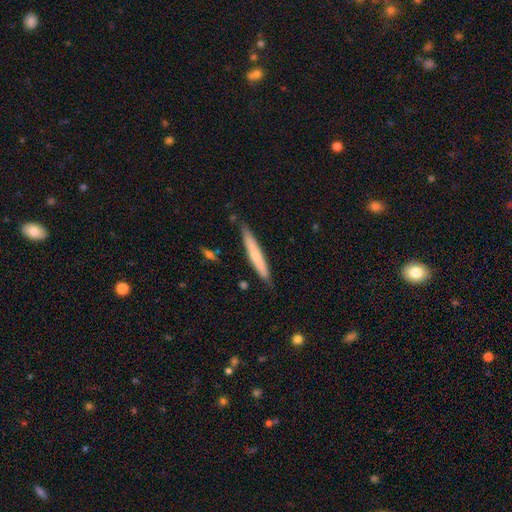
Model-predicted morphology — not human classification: Smooth or featured? smooth (59%)
How rounded? cigar-shaped (95%)
Merging? none (84%)